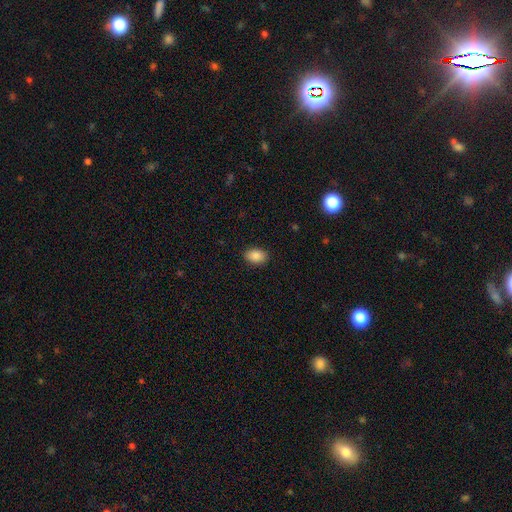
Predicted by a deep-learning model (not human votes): smooth_or_featured: smooth (p=0.88) [alt: star or artifact p=0.08]
how_rounded: in between (p=0.83) [alt: round p=0.15]
merging: none (p=0.89) [alt: minor disturbance p=0.08]